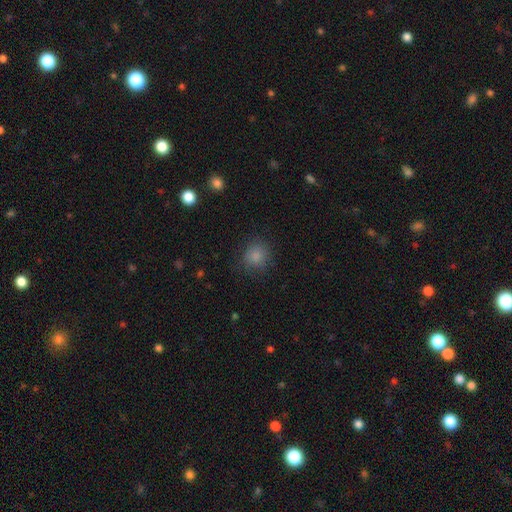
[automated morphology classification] This appears to be a smooth galaxy with no disk features (85%) that is round (85%). Merging: none (83%).